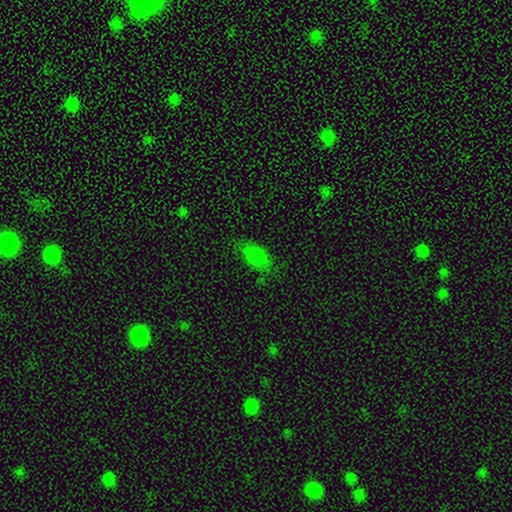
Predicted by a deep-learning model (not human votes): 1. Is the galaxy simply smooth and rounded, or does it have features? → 80% smooth, 14% star or artifact, 6% featured or disk.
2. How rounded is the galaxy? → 92% in between, 5% round, 4% cigar-shaped.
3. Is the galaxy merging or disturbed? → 73% none, 20% minor disturbance, 5% major disturbance, 1% merger.